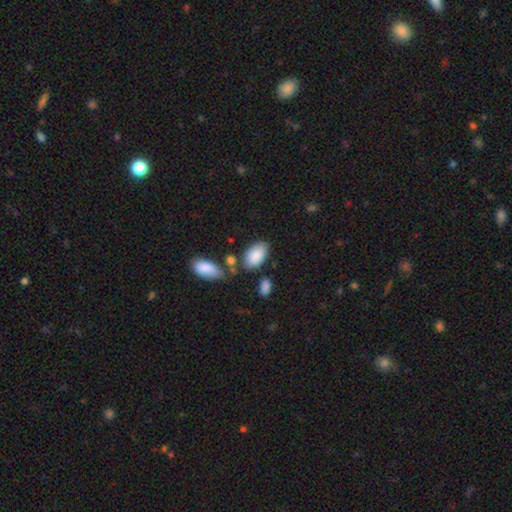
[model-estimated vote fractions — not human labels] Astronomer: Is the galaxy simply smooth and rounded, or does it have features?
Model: smooth — 87%.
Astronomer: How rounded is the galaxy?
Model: in between — 94%.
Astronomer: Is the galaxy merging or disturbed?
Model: none — 64%.